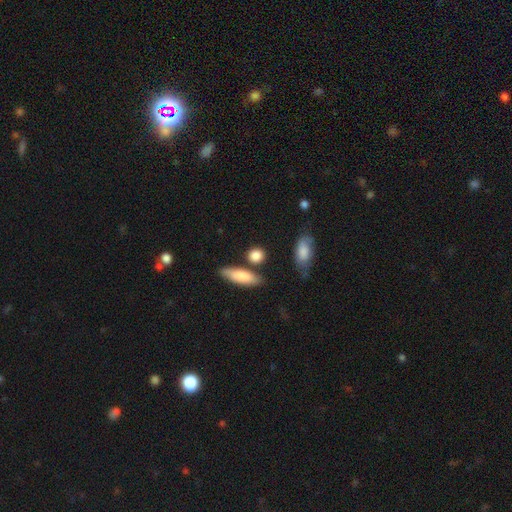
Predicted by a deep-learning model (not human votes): smooth_or_featured: smooth (p=0.84) [alt: featured or disk p=0.09]
how_rounded: round (p=0.60) [alt: in between p=0.27]
merging: none (p=0.75) [alt: minor disturbance p=0.12]